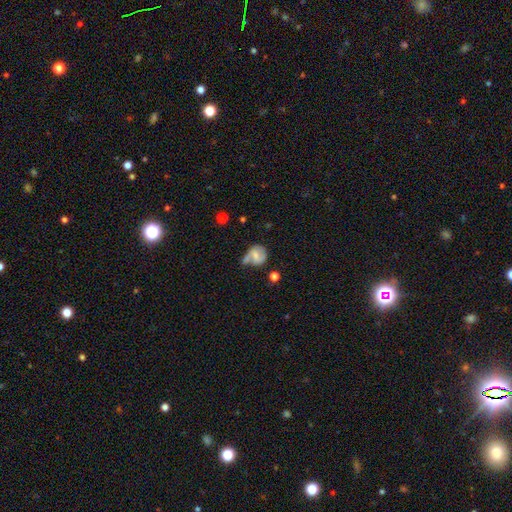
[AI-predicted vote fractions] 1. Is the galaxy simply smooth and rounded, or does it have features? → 46% smooth, 45% featured or disk, 9% star or artifact.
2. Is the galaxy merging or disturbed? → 35% none, 26% minor disturbance, 23% merger, 17% major disturbance.